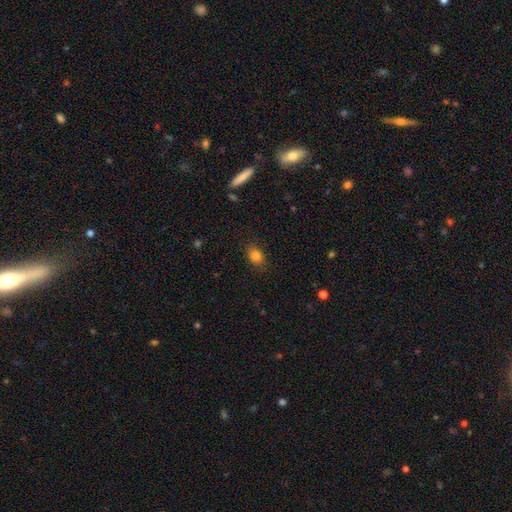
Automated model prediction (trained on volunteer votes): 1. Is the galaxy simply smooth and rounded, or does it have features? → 82% smooth, 11% star or artifact, 7% featured or disk.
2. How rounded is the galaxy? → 64% in between, 35% round, 1% cigar-shaped.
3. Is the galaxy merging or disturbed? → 86% none, 11% minor disturbance, 3% major disturbance, 1% merger.